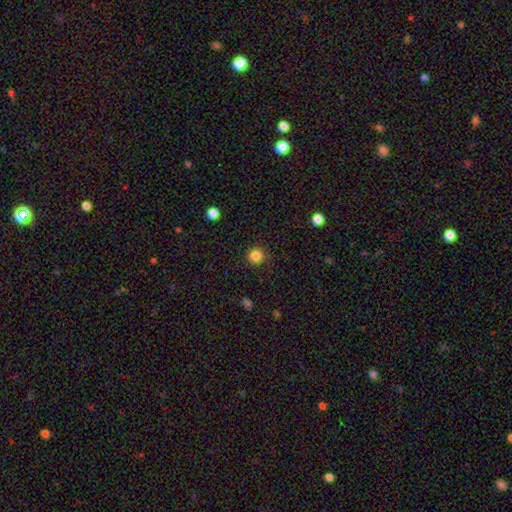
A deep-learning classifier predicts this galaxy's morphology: Smooth or featured?
  - smooth: 84% *
  - star or artifact: 12%
  - featured or disk: 4%
How rounded?
  - round: 95% *
  - in between: 4%
  - cigar-shaped: 1%
Merging?
  - none: 90% *
  - minor disturbance: 7%
  - major disturbance: 2%
  - merger: 1%